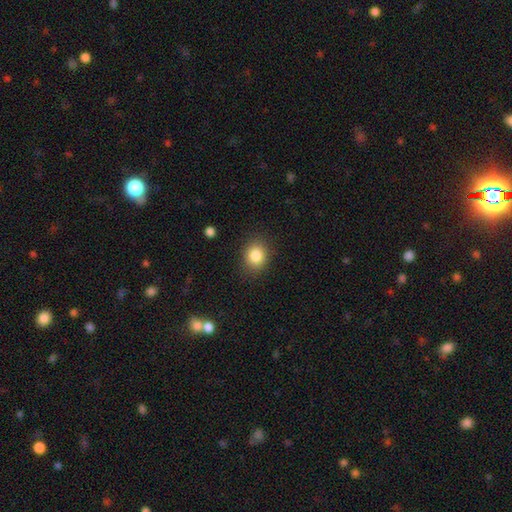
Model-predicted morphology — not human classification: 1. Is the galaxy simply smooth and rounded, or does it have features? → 84% smooth, 10% star or artifact, 6% featured or disk.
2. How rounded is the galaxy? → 62% round, 37% in between, 1% cigar-shaped.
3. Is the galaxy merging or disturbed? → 86% none, 10% minor disturbance, 3% major disturbance, 1% merger.